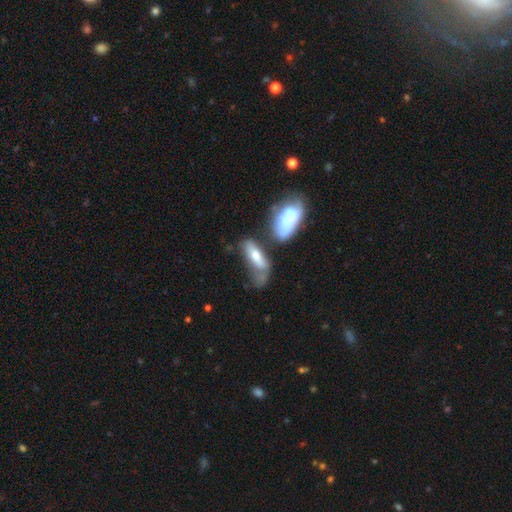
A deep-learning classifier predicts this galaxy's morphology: smooth-or-featured: smooth: 58% | featured or disk: 34% | star or artifact: 8%
  how-rounded: in between: 65% | cigar-shaped: 33% | round: 3%
  merging: merger: 29% (tied) | none: 29% (tied) | minor disturbance: 22% | major disturbance: 20%